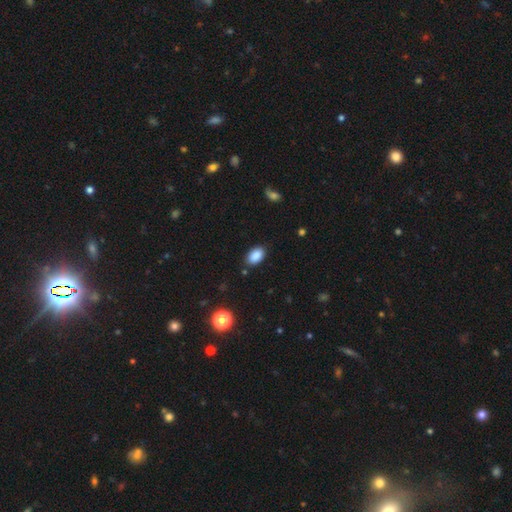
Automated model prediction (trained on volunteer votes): Smooth or featured?
  - smooth: 88% *
  - star or artifact: 8%
  - featured or disk: 4%
How rounded?
  - in between: 90% *
  - round: 8%
  - cigar-shaped: 1%
Merging?
  - none: 86% *
  - minor disturbance: 10%
  - major disturbance: 2%
  - merger: 2%